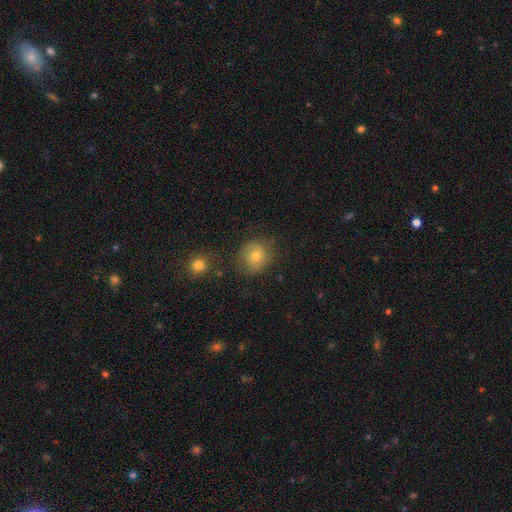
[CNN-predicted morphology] A smooth galaxy with no disk features (63%) that is round (74%). Merging: none (75%).